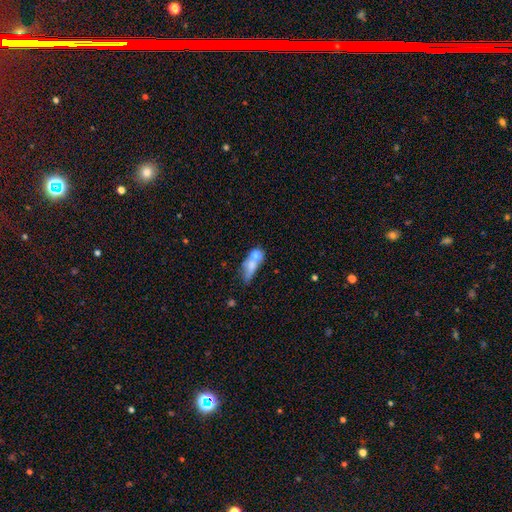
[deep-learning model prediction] smooth_or_featured: smooth (p=0.62) [alt: featured or disk p=0.27]
how_rounded: in between (p=0.51) [alt: round p=0.31]
merging: merger (p=0.48) [alt: none p=0.25]